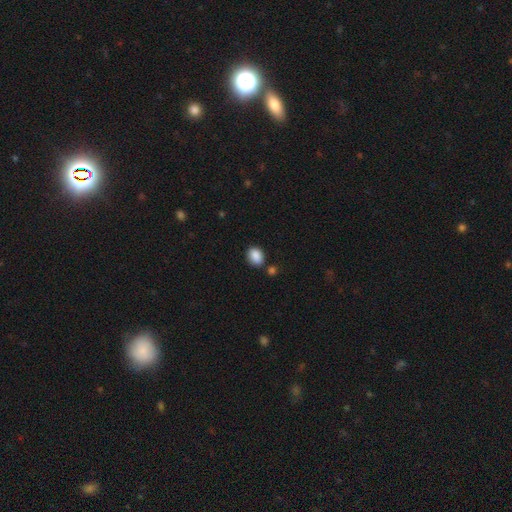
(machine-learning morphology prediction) smooth-or-featured: smooth: 89% | star or artifact: 8% | featured or disk: 3%
  how-rounded: in between: 68% | round: 31% | cigar-shaped: 1%
  merging: none: 76% | minor disturbance: 12% | merger: 8% | major disturbance: 3%